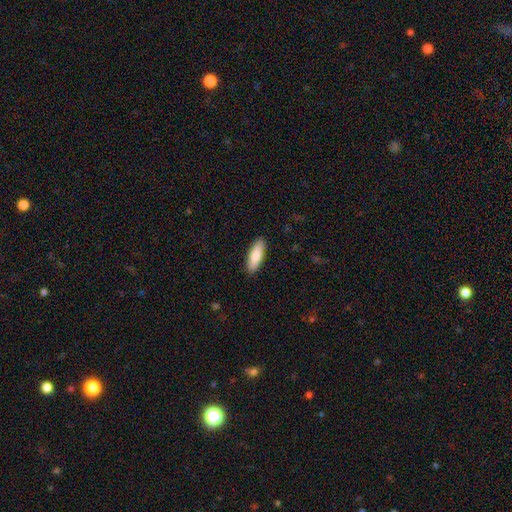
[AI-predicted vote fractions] This appears to be a smooth galaxy with no disk features (83%) that is in between round and cigar-shaped (58%). Merging: none (90%).